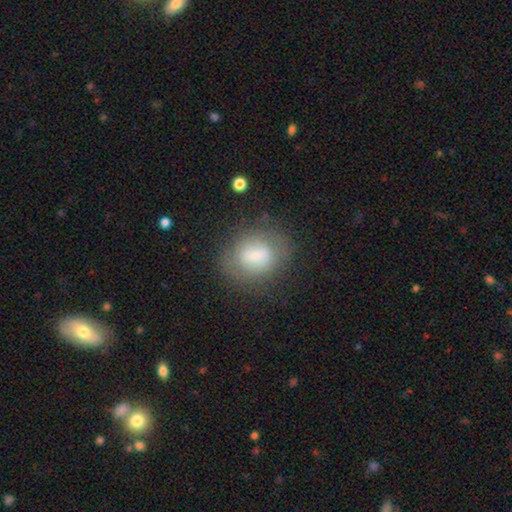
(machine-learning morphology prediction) Overall: smooth (62%; featured or disk 28%). How rounded: round (52%; in between 46%). Merging: none (68%).